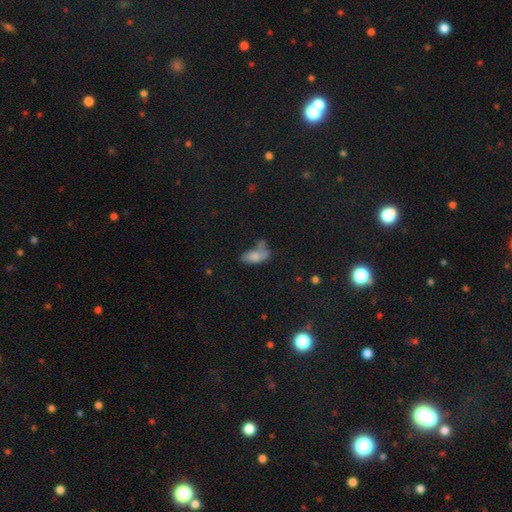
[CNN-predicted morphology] Smooth or featured? smooth (69%)
How rounded? in between (88%)
Merging? merger (29%)